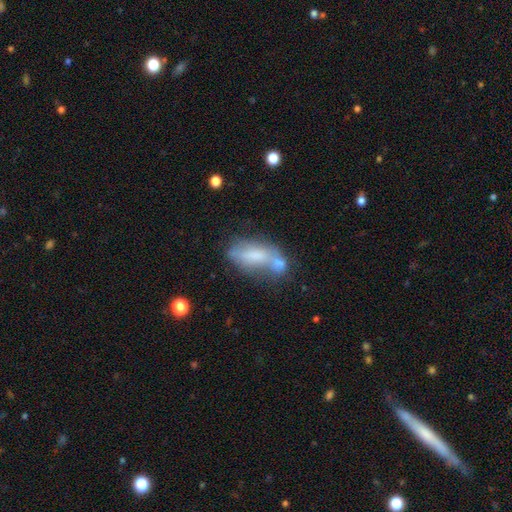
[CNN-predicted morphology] Overall: smooth (59%; featured or disk 31%). How rounded: in between (79%). Merging: merger (42%; none 28%).